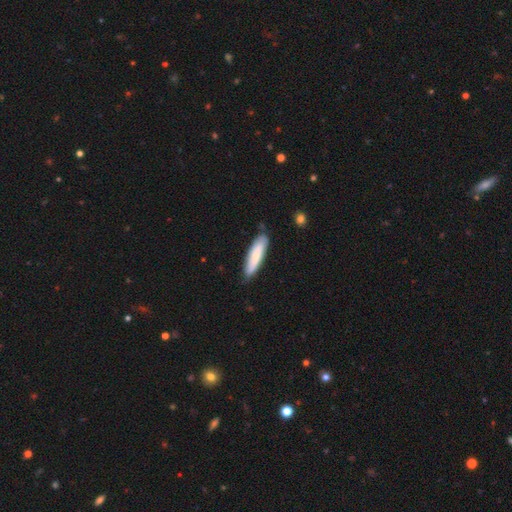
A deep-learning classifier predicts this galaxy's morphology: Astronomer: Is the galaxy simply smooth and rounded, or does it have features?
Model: smooth — 72%.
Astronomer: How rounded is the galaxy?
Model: cigar-shaped — 70%.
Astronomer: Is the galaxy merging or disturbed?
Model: none — 78%.